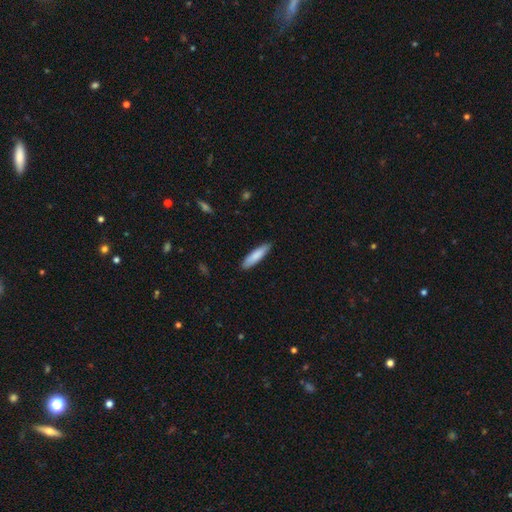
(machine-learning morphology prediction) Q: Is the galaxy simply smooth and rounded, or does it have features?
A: smooth — 83%.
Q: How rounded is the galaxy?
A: cigar-shaped — 77%.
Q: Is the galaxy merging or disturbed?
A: none — 87%.